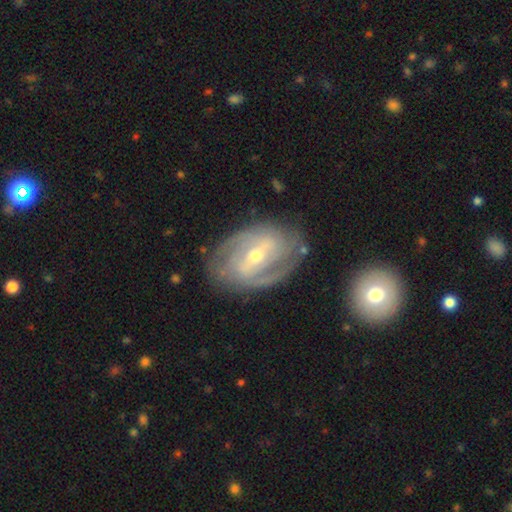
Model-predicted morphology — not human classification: Smooth or featured? Predicted: featured or disk (p=0.87). Edge-on disk? Predicted: no (p=0.96). Bar? Predicted: strong (p=0.46). Spiral arms? Predicted: yes (p=0.93). Spiral winding? Predicted: tight (p=0.51). Spiral arm count? Predicted: 2 (p=0.63). Bulge size? Predicted: moderate (p=0.50). Merging? Predicted: none (p=0.76).